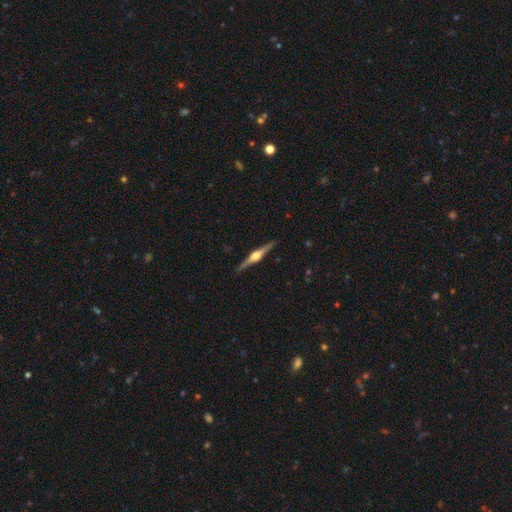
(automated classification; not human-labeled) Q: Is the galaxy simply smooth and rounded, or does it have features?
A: featured or disk — 84%.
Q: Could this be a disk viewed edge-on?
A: yes — 98%.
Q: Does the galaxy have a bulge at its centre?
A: rounded — 92%.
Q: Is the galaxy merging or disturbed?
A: none — 91%.